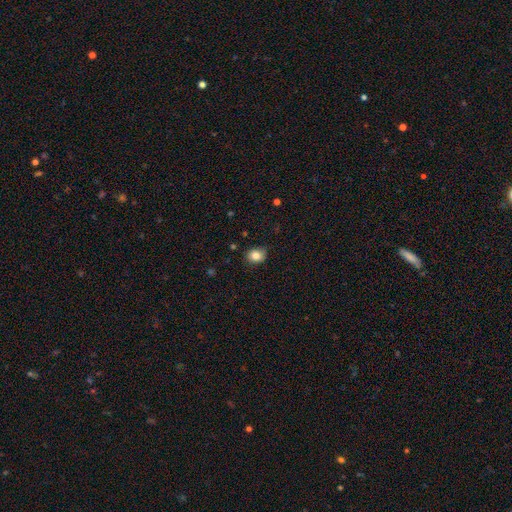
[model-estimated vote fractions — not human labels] Smooth or featured?
  - smooth: 83% *
  - star or artifact: 10%
  - featured or disk: 7%
How rounded?
  - round: 56% *
  - in between: 43%
  - cigar-shaped: 1%
Merging?
  - none: 80% *
  - minor disturbance: 16%
  - major disturbance: 3%
  - merger: 1%